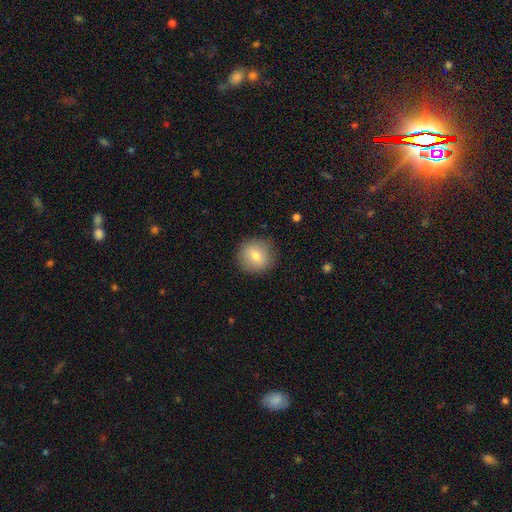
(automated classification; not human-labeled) A smooth galaxy with no disk features (79%) that is round (89%).

Vote fractions:
- Smooth or featured? smooth: 79% / featured or disk: 12% / star or artifact: 8%
- How rounded? round: 89% / in between: 10% / cigar-shaped: 1%
- Merging? none: 87% / minor disturbance: 9% / major disturbance: 3% / merger: 1%